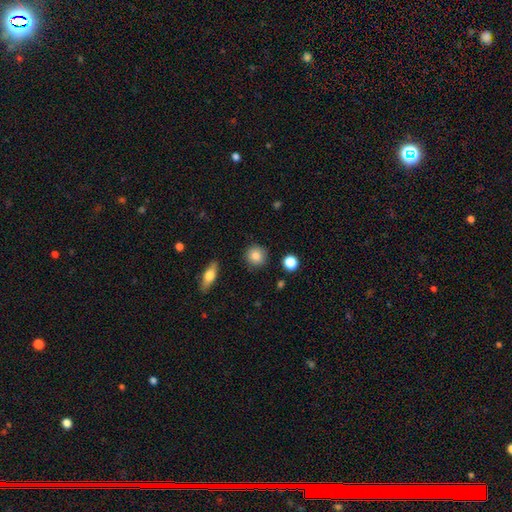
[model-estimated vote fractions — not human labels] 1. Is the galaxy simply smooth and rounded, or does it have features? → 86% smooth, 8% star or artifact, 6% featured or disk.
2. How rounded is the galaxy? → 90% round, 8% in between, 1% cigar-shaped.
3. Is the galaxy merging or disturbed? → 88% none, 8% minor disturbance, 2% major disturbance, 2% merger.